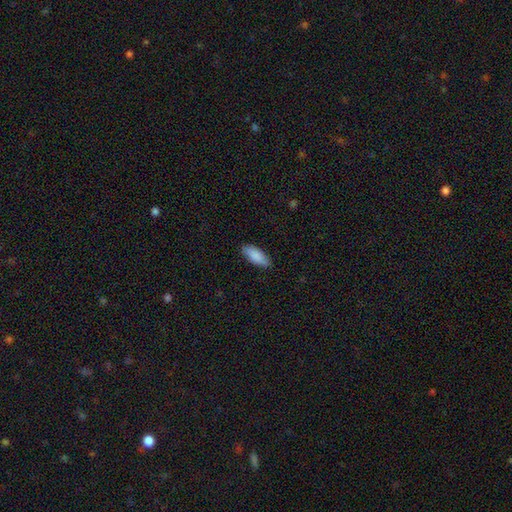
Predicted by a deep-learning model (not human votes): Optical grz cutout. It shows a smooth galaxy with no disk features (89%) that is in between round and cigar-shaped (80%). Merging: none (87%).